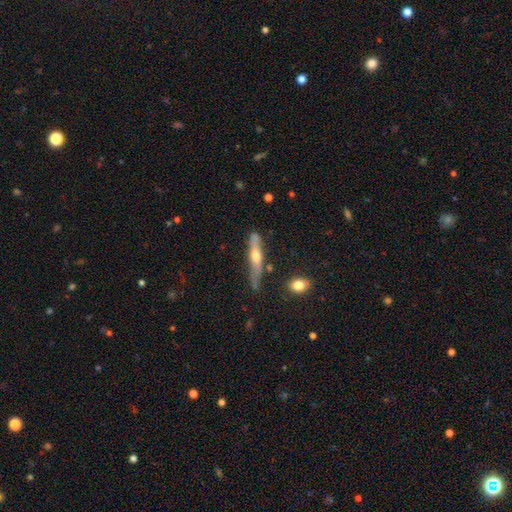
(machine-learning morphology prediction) smooth_or_featured: featured or disk (p=0.63) [alt: smooth p=0.29]
disk_edge_on: yes (p=0.89) [alt: no p=0.11]
edge_on_bulge: rounded (p=0.85) [alt: none p=0.08]
merging: none (p=0.66) [alt: minor disturbance p=0.23]